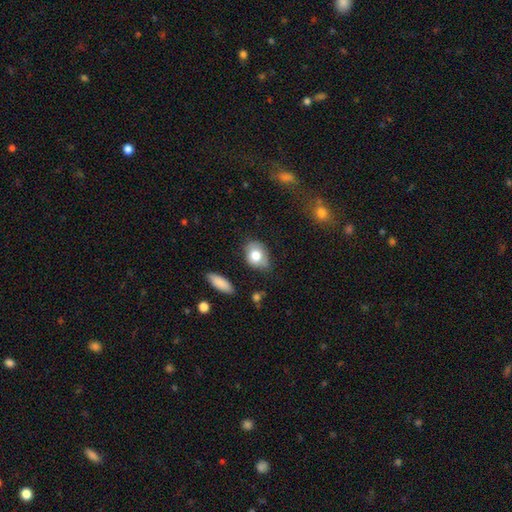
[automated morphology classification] A smooth galaxy with no disk features (75%) that is in between round and cigar-shaped (66%). Merging: none (59%).